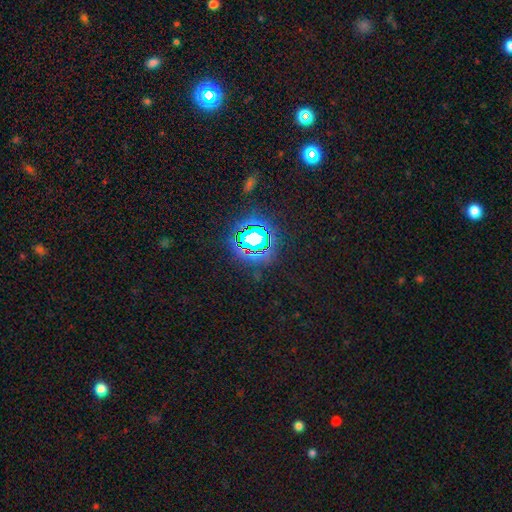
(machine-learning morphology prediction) A star or artifact, not a galaxy (83%).